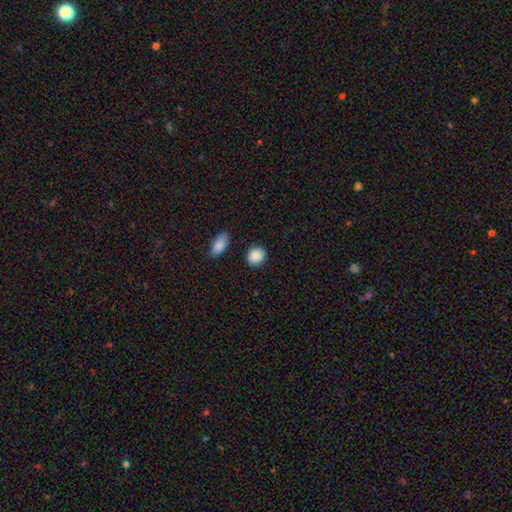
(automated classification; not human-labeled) Smooth or featured? smooth (90%)
How rounded? round (72%)
Merging? none (85%)